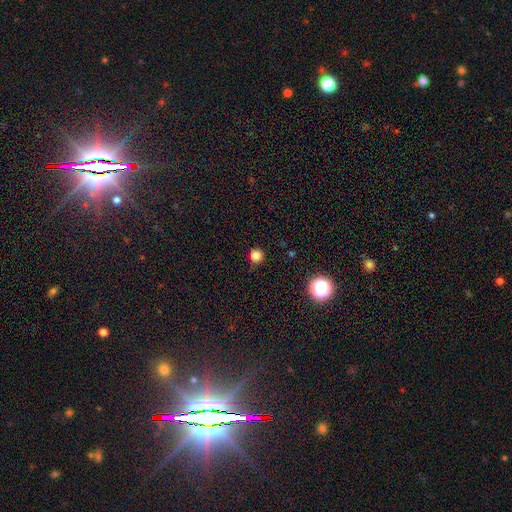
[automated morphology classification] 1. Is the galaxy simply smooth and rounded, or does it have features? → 82% smooth, 15% star or artifact, 4% featured or disk.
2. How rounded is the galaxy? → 95% round, 4% in between, 1% cigar-shaped.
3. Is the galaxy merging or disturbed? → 86% none, 10% minor disturbance, 2% major disturbance, 2% merger.